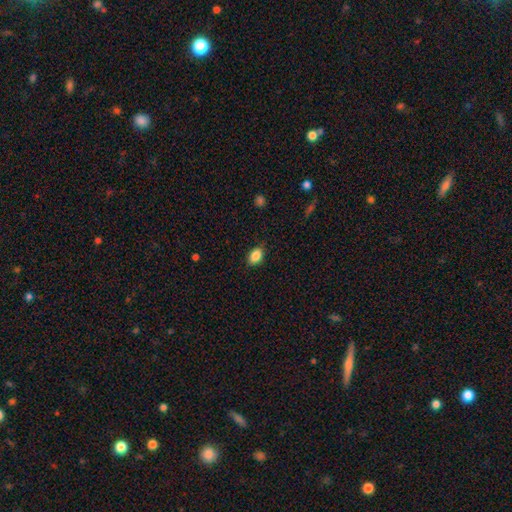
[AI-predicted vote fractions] Smooth or featured?
  - smooth: 87% *
  - star or artifact: 8%
  - featured or disk: 5%
How rounded?
  - in between: 83% *
  - round: 16%
  - cigar-shaped: 2%
Merging?
  - none: 85% *
  - minor disturbance: 12%
  - major disturbance: 2%
  - merger: 1%